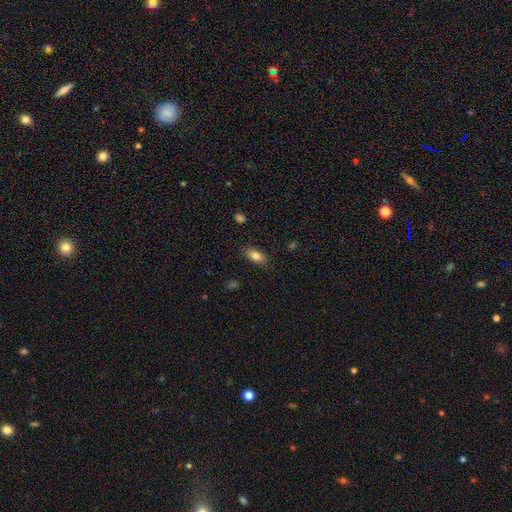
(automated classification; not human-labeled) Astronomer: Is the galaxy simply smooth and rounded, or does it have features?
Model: smooth — 83%.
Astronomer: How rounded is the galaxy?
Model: in between — 88%.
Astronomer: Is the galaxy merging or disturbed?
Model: none — 85%.